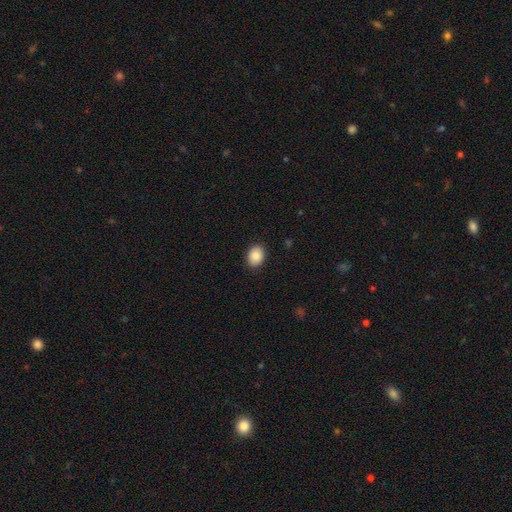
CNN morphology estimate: smooth 87%, star or artifact 8%, featured or disk 5%. Down the decision tree: how rounded — in between (62%); merging — none (89%).